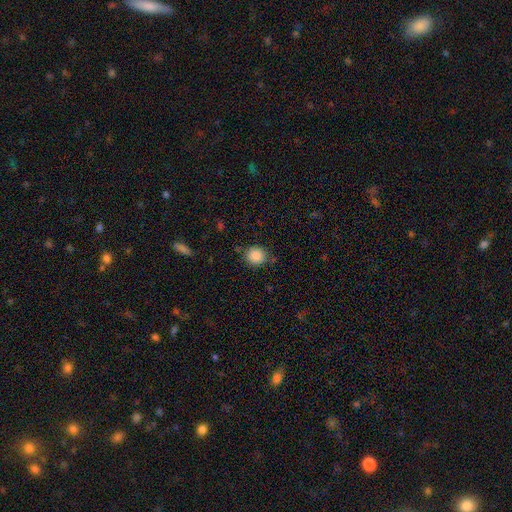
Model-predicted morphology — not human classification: type=smooth (87%); roundness=round (81%); merging=none (81%).